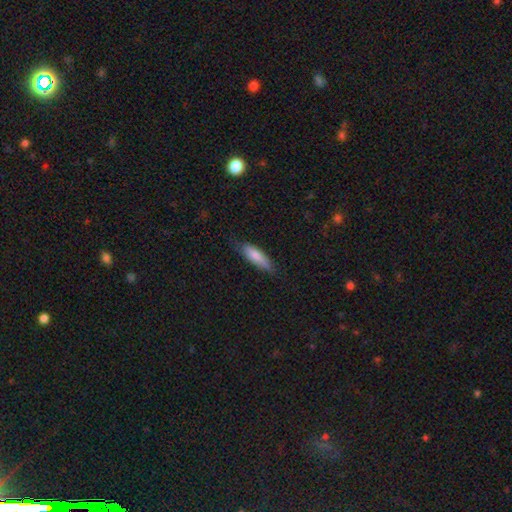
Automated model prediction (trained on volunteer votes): smooth-or-featured: smooth: 79% | featured or disk: 15% | star or artifact: 6%
  how-rounded: in between: 50% | cigar-shaped: 49% | round: 2%
  merging: none: 70% | minor disturbance: 24% | major disturbance: 4% | merger: 1%